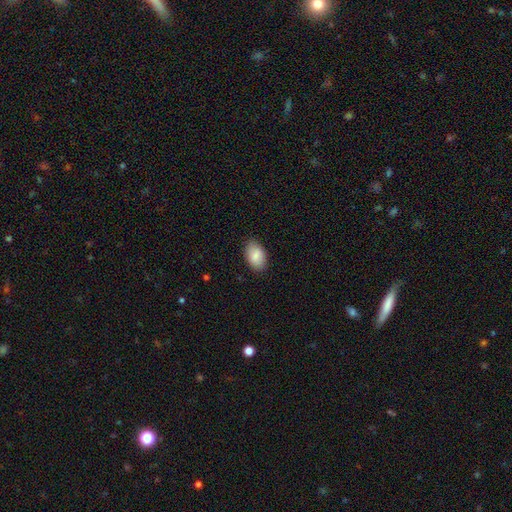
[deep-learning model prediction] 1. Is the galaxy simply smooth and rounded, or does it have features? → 87% smooth, 7% featured or disk, 6% star or artifact.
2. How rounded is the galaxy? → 92% in between, 6% round, 1% cigar-shaped.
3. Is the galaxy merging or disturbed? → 86% none, 11% minor disturbance, 2% major disturbance, 1% merger.